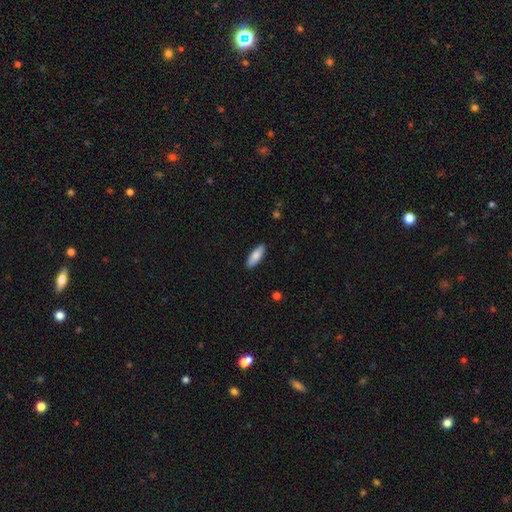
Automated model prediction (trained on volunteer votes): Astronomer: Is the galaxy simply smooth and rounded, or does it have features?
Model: smooth — 83%.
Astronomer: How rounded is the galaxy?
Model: in between — 65%.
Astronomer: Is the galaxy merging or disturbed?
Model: none — 89%.